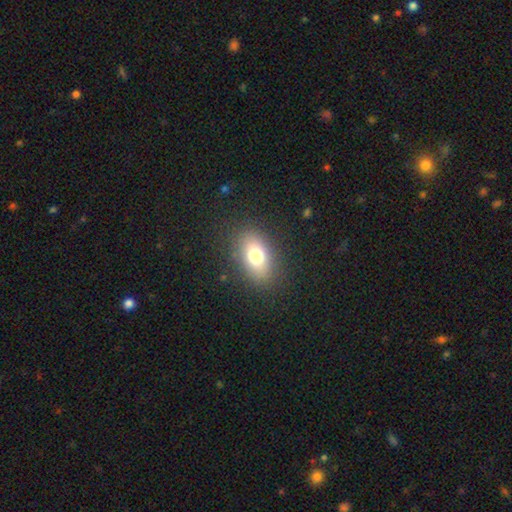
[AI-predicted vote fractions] Smooth or featured?
  - smooth: 74% *
  - featured or disk: 15%
  - star or artifact: 12%
How rounded?
  - in between: 82% *
  - round: 16%
  - cigar-shaped: 3%
Merging?
  - none: 85% *
  - minor disturbance: 10%
  - major disturbance: 4%
  - merger: 1%